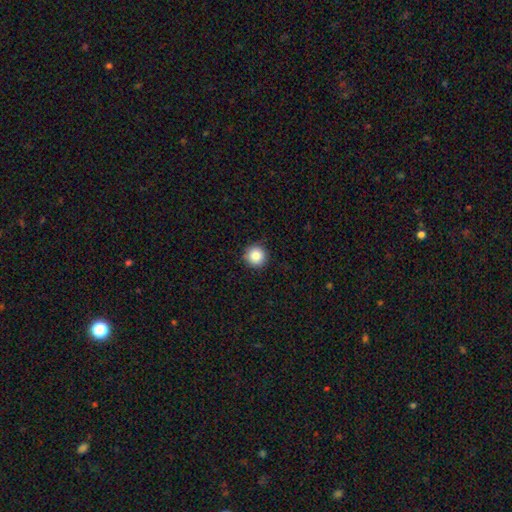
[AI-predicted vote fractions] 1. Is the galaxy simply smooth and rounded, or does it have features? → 86% smooth, 10% star or artifact, 4% featured or disk.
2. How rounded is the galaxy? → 95% round, 4% in between, 1% cigar-shaped.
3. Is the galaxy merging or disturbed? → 89% none, 8% minor disturbance, 2% major disturbance, 1% merger.